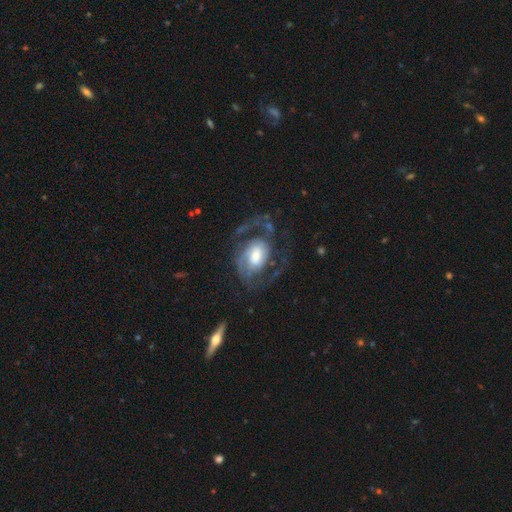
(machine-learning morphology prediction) Overall: featured or disk (83%). Edge-on disk: no (97%). Bar: no (53%; weak 37%). Spiral arms: yes (93%). Spiral arm count: 2 (66%). Spiral winding: medium (46%; tight 30%). Bulge size: moderate (43%; large 27%). Merging: none (51%; major disturbance 30%).